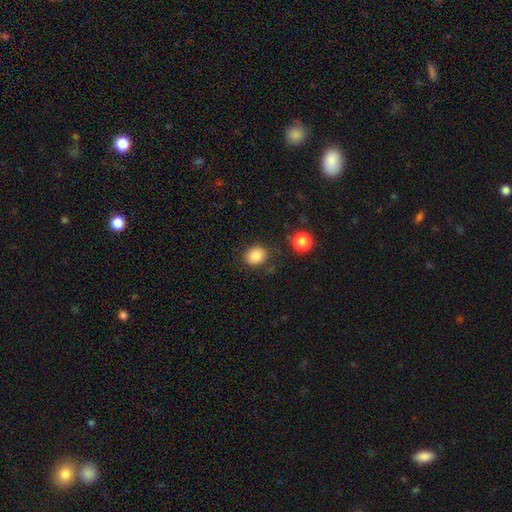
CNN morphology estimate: smooth_or_featured: smooth (p=0.83) [alt: star or artifact p=0.10]
how_rounded: round (p=0.68) [alt: in between p=0.31]
merging: none (p=0.83) [alt: minor disturbance p=0.11]